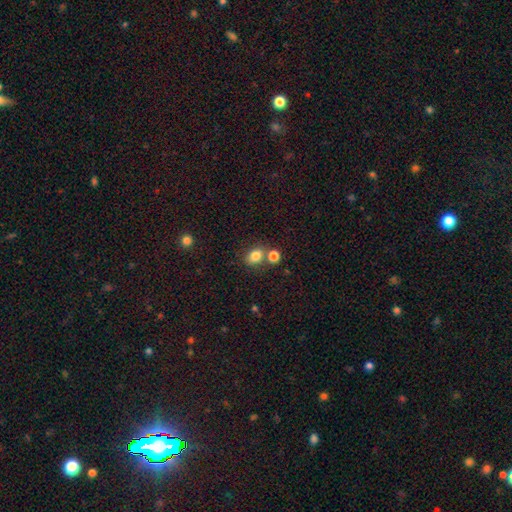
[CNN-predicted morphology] A smooth galaxy with no disk features (81%) that is in between round and cigar-shaped (59%).

Vote fractions:
- Smooth or featured? smooth: 81% / star or artifact: 12% / featured or disk: 7%
- How rounded? in between: 59% / round: 39% / cigar-shaped: 1%
- Merging? none: 62% / merger: 23% / minor disturbance: 11% / major disturbance: 4%